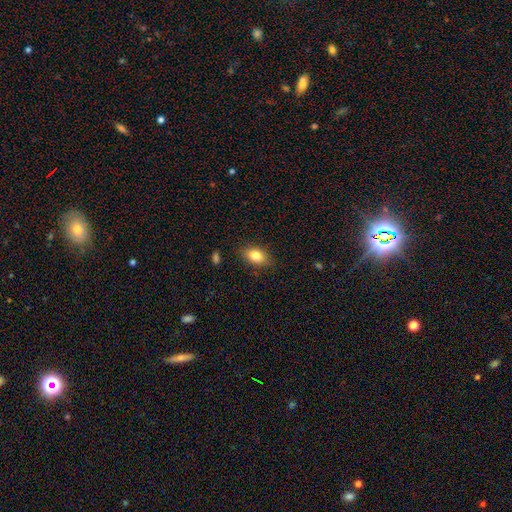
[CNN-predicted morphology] smooth 83%, featured or disk 9%, star or artifact 8%. Down the decision tree: how rounded — in between (86%); merging — none (84%).